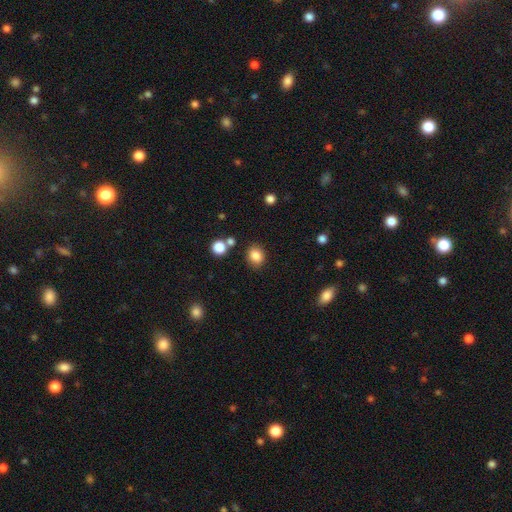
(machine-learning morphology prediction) type=smooth (85%); roundness=round (63%); merging=none (83%).